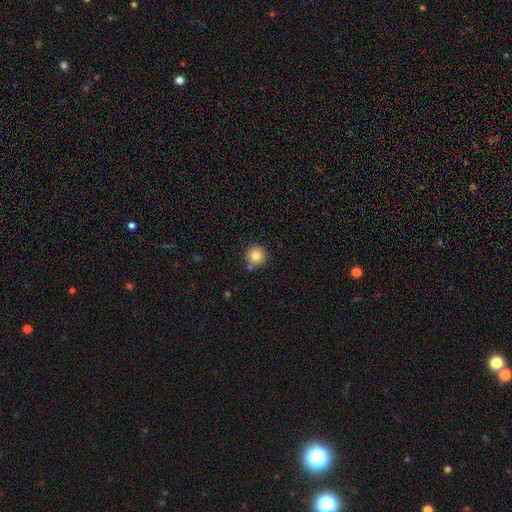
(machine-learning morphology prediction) Q: Smooth or featured?
A: smooth (81%); runner-up: star or artifact (11%)
Q: How rounded?
A: round (95%); runner-up: in between (4%)
Q: Merging?
A: none (81%); runner-up: minor disturbance (9%)